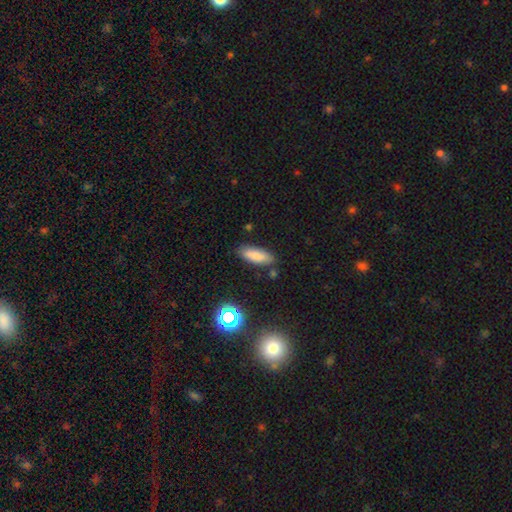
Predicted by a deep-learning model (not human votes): Morphology: type=smooth (82%); roundness=in between (67%); merging=none (83%).